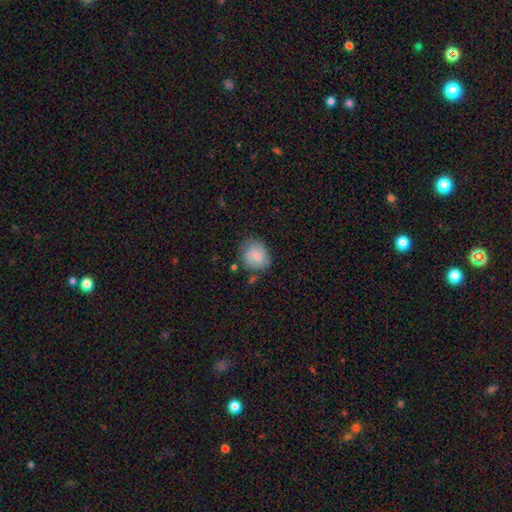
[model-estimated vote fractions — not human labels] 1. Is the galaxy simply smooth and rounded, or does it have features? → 65% smooth, 27% featured or disk, 8% star or artifact.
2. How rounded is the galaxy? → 68% round, 31% in between, 1% cigar-shaped.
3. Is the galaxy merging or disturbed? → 67% none, 23% minor disturbance, 7% major disturbance, 4% merger.